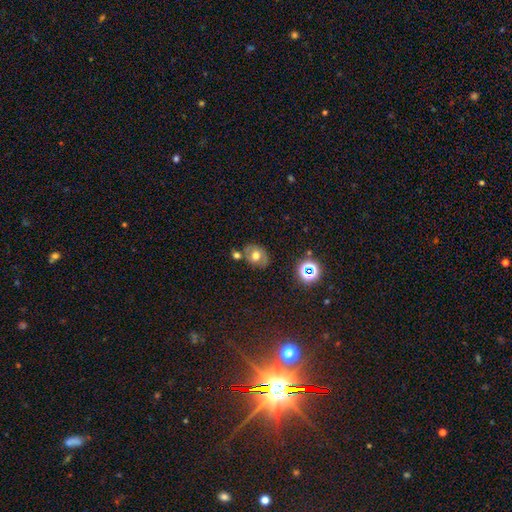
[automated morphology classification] type=smooth (53%); roundness=round (53%); merging=none (62%).